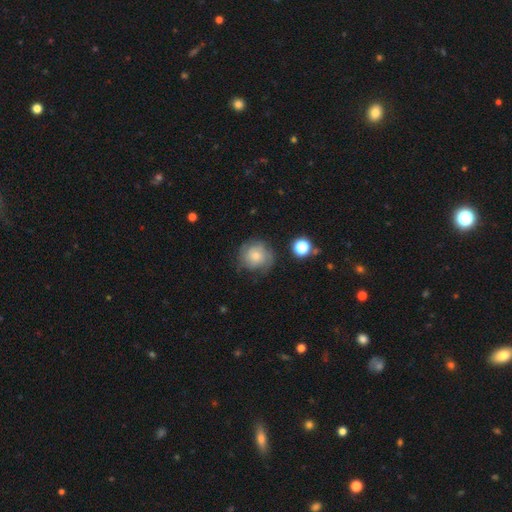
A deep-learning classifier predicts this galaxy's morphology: smooth_or_featured: smooth (p=0.52) [alt: featured or disk p=0.38]
how_rounded: round (p=0.88) [alt: in between p=0.11]
merging: none (p=0.68) [alt: minor disturbance p=0.21]